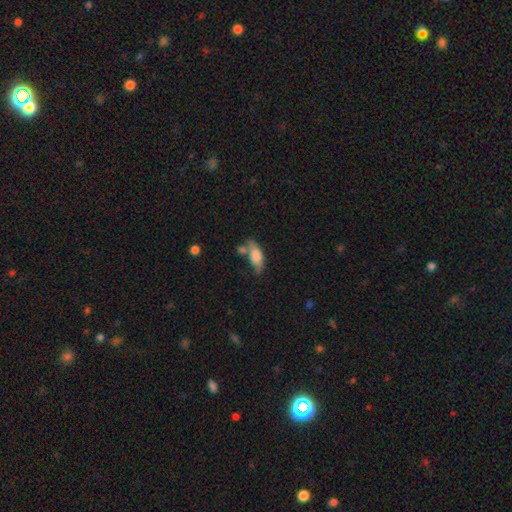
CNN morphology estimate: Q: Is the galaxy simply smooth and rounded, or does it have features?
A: smooth — 75%.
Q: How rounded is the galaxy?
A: in between — 82%.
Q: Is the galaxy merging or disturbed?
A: none — 38%.